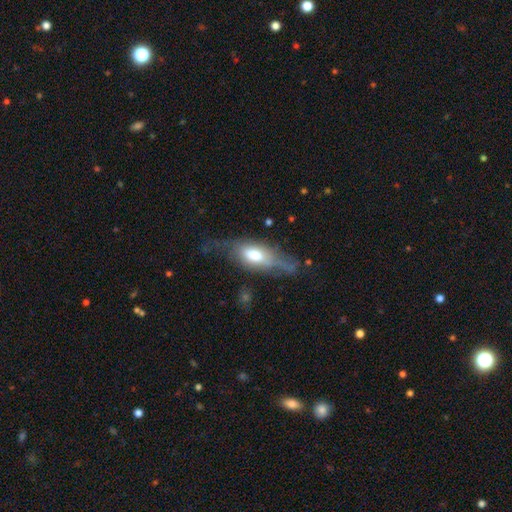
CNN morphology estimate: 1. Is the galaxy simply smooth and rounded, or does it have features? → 51% smooth, 41% featured or disk, 7% star or artifact.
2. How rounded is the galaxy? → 76% in between, 20% cigar-shaped, 4% round.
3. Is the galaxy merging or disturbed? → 38% none, 30% major disturbance, 29% minor disturbance, 3% merger.